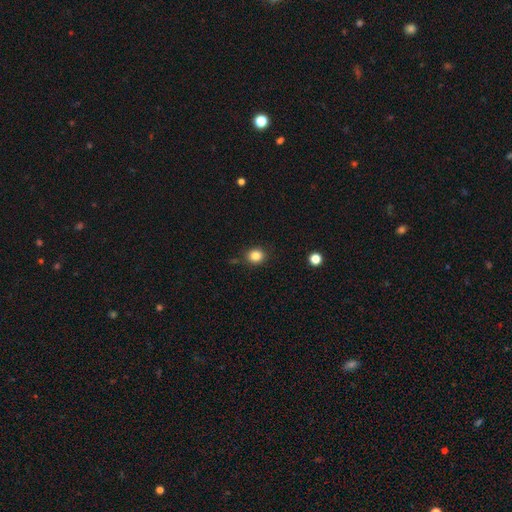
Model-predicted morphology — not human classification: Overall: smooth (84%). How rounded: round (78%). Merging: none (83%).